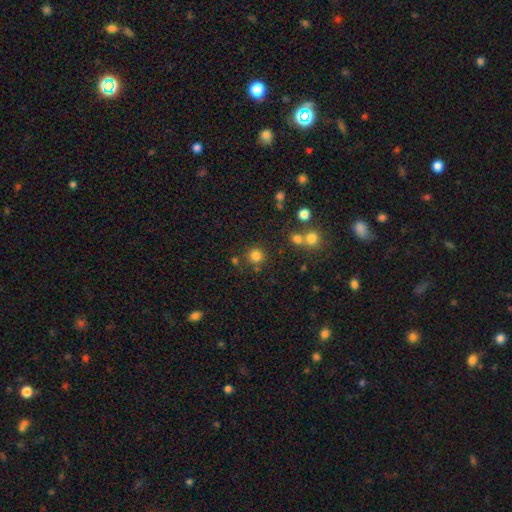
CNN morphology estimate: smooth_or_featured: smooth (p=0.80) [alt: star or artifact p=0.14]
how_rounded: round (p=0.92) [alt: in between p=0.07]
merging: none (p=0.79) [alt: minor disturbance p=0.09]